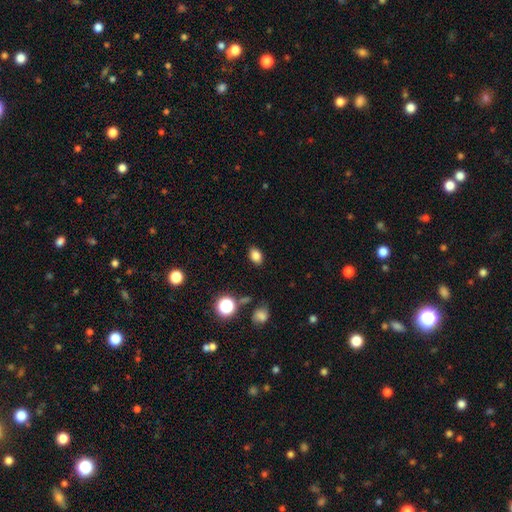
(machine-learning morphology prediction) The model was most divided on "how rounded": in between: 78%, round: 21%, cigar-shaped: 1%. More confident: merging — none (86%); smooth or featured — smooth (82%).